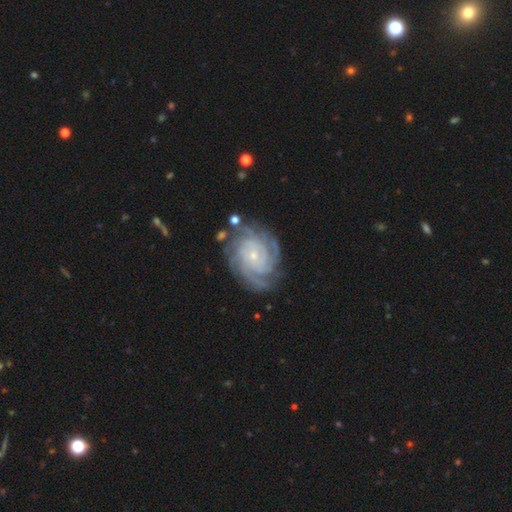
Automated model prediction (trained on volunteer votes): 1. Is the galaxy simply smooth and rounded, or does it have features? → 83% featured or disk, 9% star or artifact, 8% smooth.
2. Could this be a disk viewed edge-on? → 97% no, 3% yes.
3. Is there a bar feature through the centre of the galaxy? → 73% no, 21% weak, 6% strong.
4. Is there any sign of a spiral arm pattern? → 97% yes, 3% no.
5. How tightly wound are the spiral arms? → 79% tight, 18% medium, 3% loose.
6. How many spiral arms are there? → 25% can't tell, 22% 3, 19% 4, 19% 2, 9% more than 4, 6% 1.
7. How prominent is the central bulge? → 77% small, 18% moderate, 3% none, 1% large, 1% dominant.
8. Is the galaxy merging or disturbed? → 76% none, 16% minor disturbance, 6% major disturbance, 3% merger.